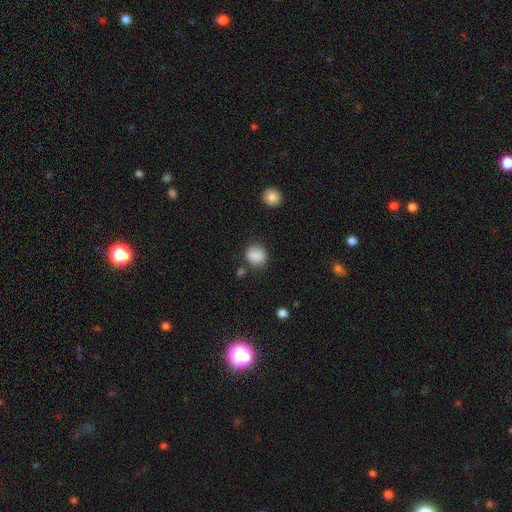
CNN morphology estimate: type=smooth (86%); roundness=round (71%); merging=none (76%).